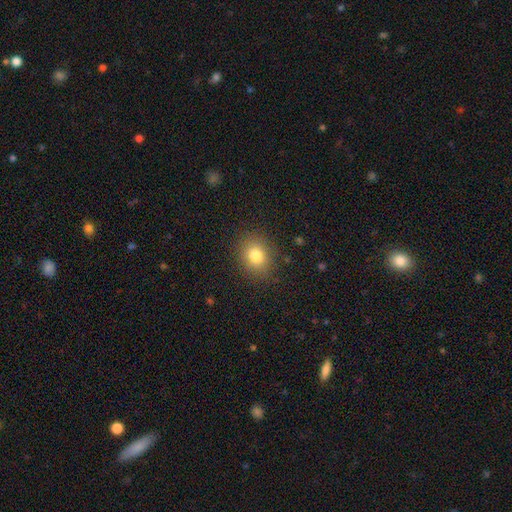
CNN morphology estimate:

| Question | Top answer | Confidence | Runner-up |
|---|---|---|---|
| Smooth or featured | smooth | 79% | star or artifact (12%) |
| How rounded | round | 64% | in between (35%) |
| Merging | none | 87% | minor disturbance (9%) |